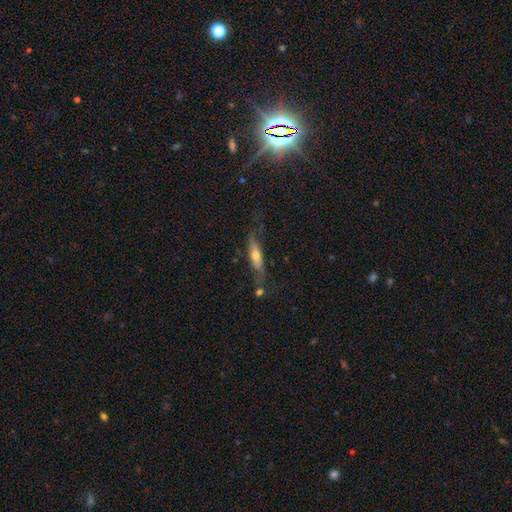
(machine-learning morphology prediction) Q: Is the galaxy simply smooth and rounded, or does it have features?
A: featured or disk — 50%.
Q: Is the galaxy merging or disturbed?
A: none — 57%.